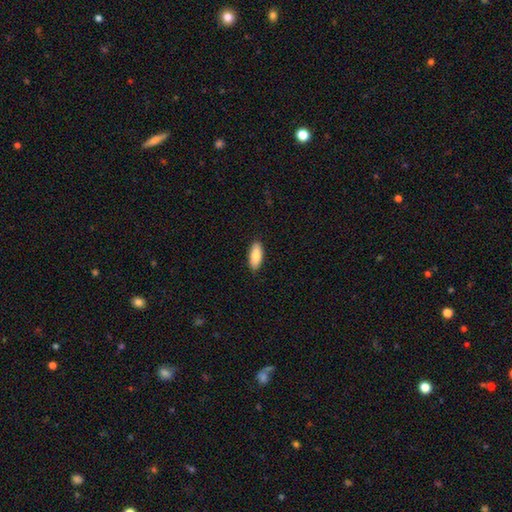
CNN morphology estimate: Smooth or featured: smooth — 83% (featured or disk — 11%)
How rounded: in between — 80% (cigar-shaped — 18%)
Merging: none — 89% (minor disturbance — 8%)